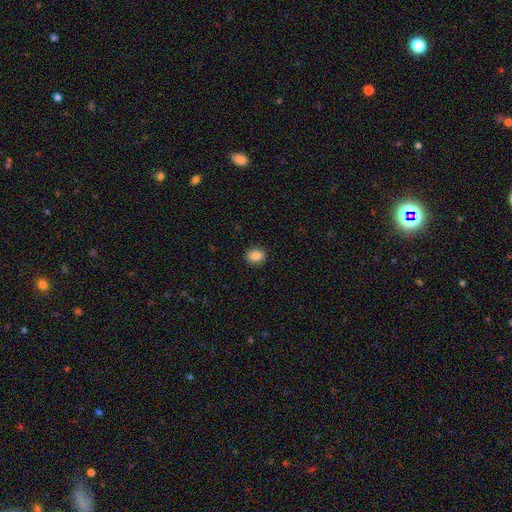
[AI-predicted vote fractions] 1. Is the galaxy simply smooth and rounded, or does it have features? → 87% smooth, 9% star or artifact, 4% featured or disk.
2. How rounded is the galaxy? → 53% round, 46% in between, 1% cigar-shaped.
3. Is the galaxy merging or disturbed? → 90% none, 7% minor disturbance, 2% major disturbance, 1% merger.